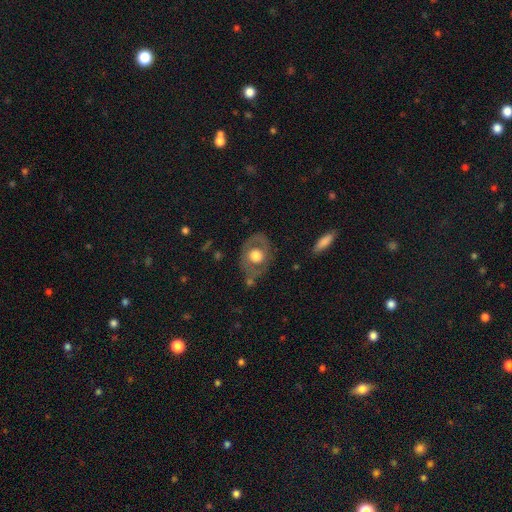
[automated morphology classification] A featured or disk galaxy (48%).

Vote fractions:
- Smooth or featured? featured or disk: 48% / smooth: 46% / star or artifact: 7%
- Merging? none: 63% / minor disturbance: 21% / major disturbance: 11% / merger: 5%